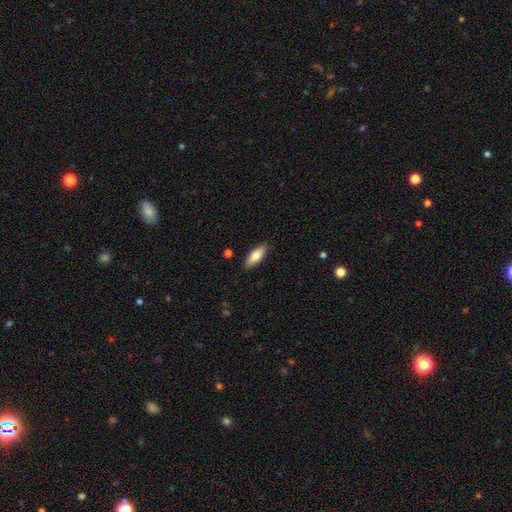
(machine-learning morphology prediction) Smooth or featured: smooth — 78% (featured or disk — 16%)
How rounded: in between — 67% (cigar-shaped — 31%)
Merging: none — 88% (minor disturbance — 9%)